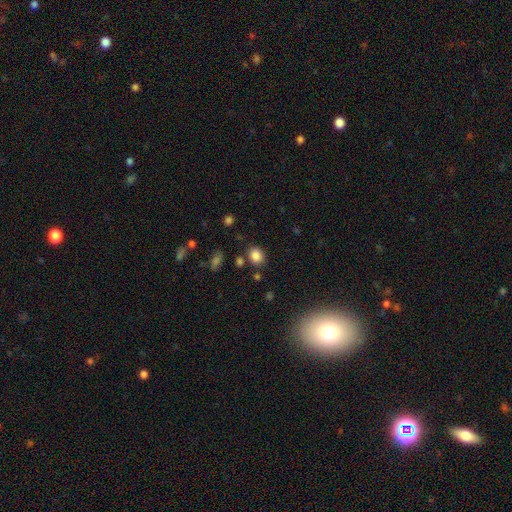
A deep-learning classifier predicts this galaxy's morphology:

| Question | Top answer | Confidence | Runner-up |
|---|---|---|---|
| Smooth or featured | smooth | 84% | star or artifact (11%) |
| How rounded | in between | 50% | round (49%) |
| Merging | none | 79% | minor disturbance (12%) |